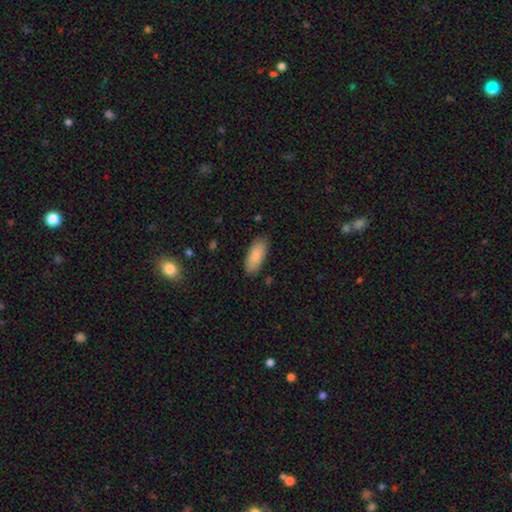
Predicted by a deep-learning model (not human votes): This appears to be a smooth galaxy with no disk features (85%) that is in between round and cigar-shaped (85%). Merging: none (84%).